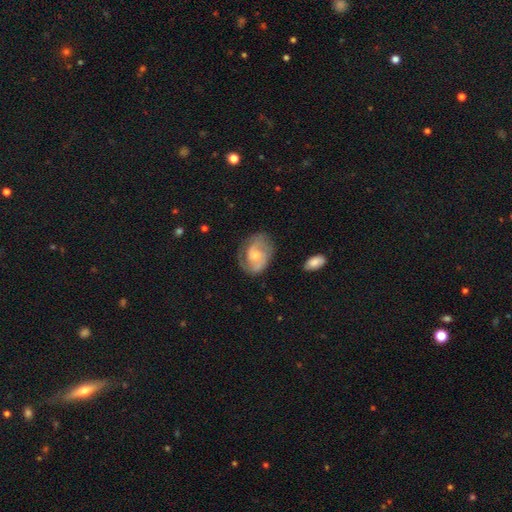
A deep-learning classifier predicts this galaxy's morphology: This is likely a featured or disk galaxy (78%). It is clearly not viewed edge-on (98%). Bar: possibly no (56%). Spiral arm pattern: clearly yes (94%). Spiral arm count: likely 2 (77%). Spiral winding: possibly medium (48%). Central bulge: possibly small (53%). Merging: likely none (69%).